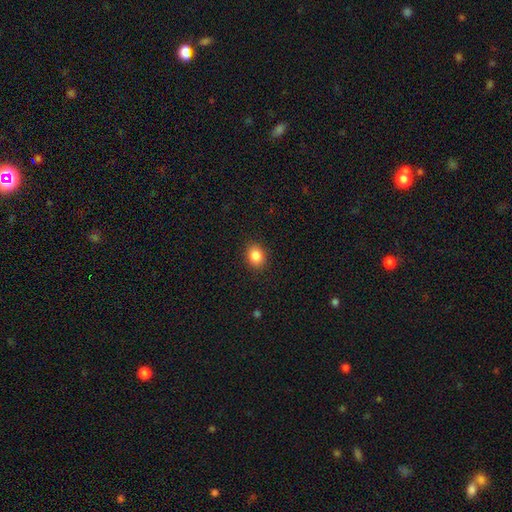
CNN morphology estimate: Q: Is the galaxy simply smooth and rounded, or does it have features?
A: smooth — 86%.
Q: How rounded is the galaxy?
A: in between — 52%.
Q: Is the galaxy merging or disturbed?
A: none — 89%.